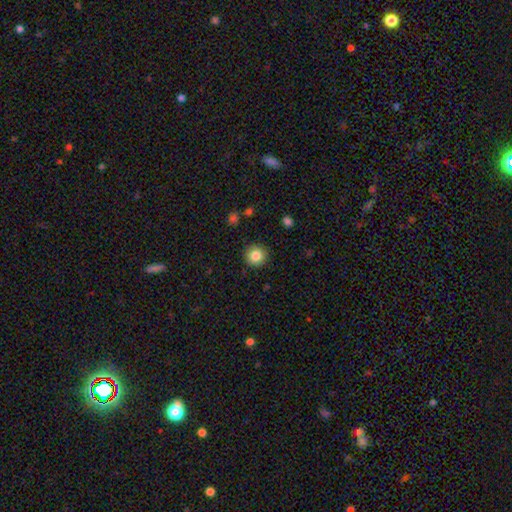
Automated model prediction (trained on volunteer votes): Smooth or featured: smooth — 84% (star or artifact — 10%)
How rounded: round — 94% (in between — 5%)
Merging: none — 91% (minor disturbance — 6%)